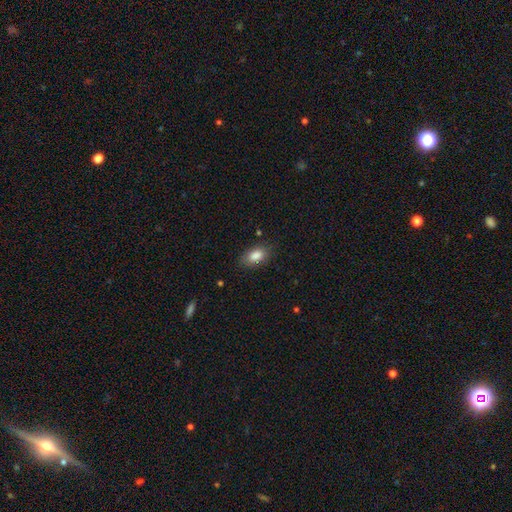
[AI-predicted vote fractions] Smooth or featured: smooth — 86% (star or artifact — 8%)
How rounded: in between — 90% (round — 7%)
Merging: none — 82% (minor disturbance — 14%)